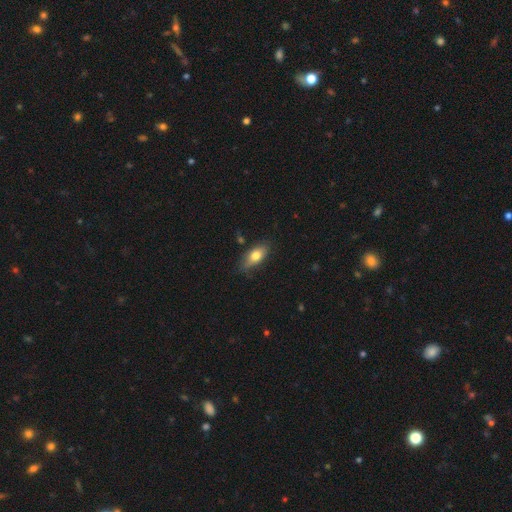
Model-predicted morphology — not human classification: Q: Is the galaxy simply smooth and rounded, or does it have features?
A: smooth — 74%.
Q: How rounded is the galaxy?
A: in between — 83%.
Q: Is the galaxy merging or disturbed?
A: none — 75%.